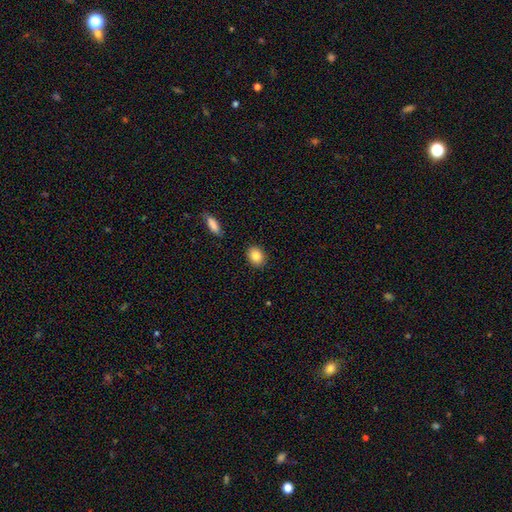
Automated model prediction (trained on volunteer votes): Q: Smooth or featured?
A: smooth (85%); runner-up: star or artifact (8%)
Q: How rounded?
A: in between (59%); runner-up: round (39%)
Q: Merging?
A: none (89%); runner-up: minor disturbance (8%)